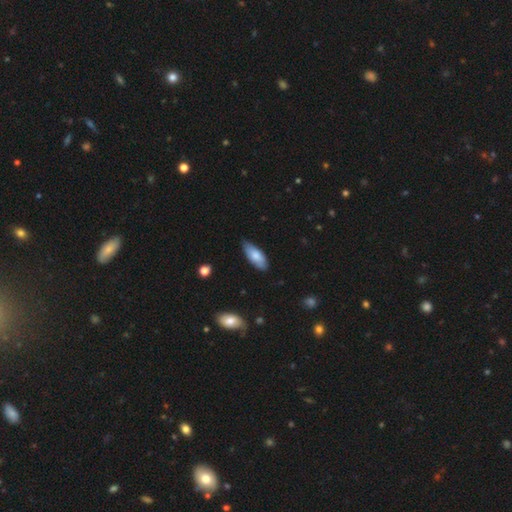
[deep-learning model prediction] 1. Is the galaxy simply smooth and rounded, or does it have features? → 77% smooth, 18% featured or disk, 6% star or artifact.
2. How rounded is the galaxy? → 81% in between, 18% cigar-shaped, 2% round.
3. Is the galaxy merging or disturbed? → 75% none, 21% minor disturbance, 3% major disturbance, 1% merger.